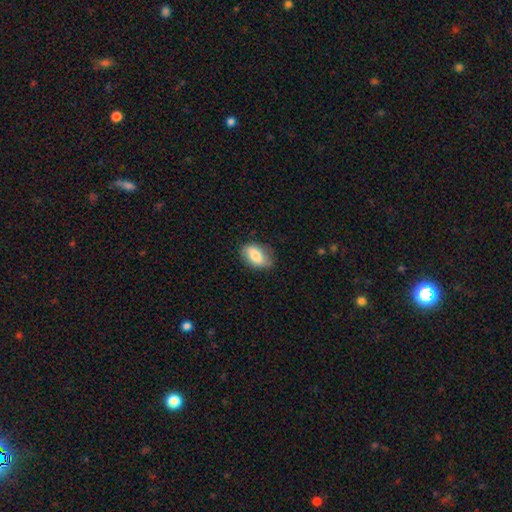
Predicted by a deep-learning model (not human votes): The model was most divided on "merging": none: 73%, minor disturbance: 21%, major disturbance: 4%, merger: 1%. More confident: how rounded — in between (88%); smooth or featured — smooth (79%).